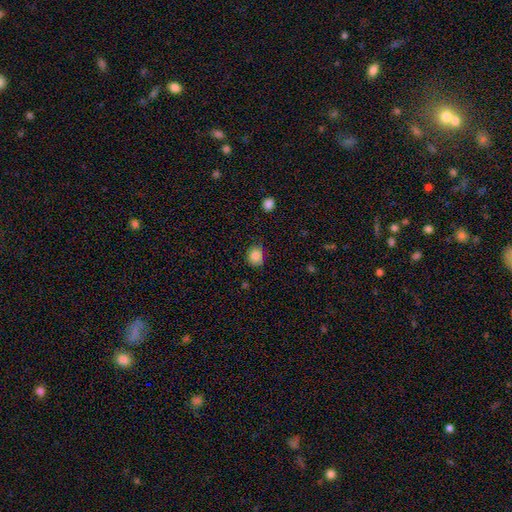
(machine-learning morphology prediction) A smooth galaxy with no disk features (85%) that is round (70%).

Vote fractions:
- Smooth or featured? smooth: 85% / star or artifact: 10% / featured or disk: 5%
- How rounded? round: 70% / in between: 29% / cigar-shaped: 1%
- Merging? none: 71% / minor disturbance: 23% / major disturbance: 4% / merger: 2%